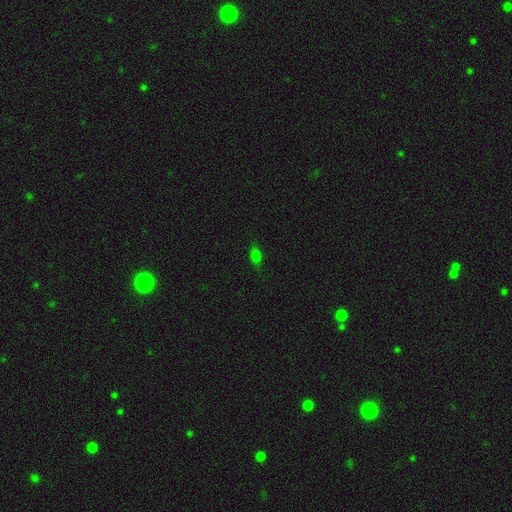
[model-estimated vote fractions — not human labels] A smooth galaxy with no disk features (68%) that is in between round and cigar-shaped (79%).

Vote fractions:
- Smooth or featured? smooth: 68% / star or artifact: 21% / featured or disk: 11%
- How rounded? in between: 79% / cigar-shaped: 11% / round: 10%
- Merging? none: 79% / minor disturbance: 16% / major disturbance: 4% / merger: 1%